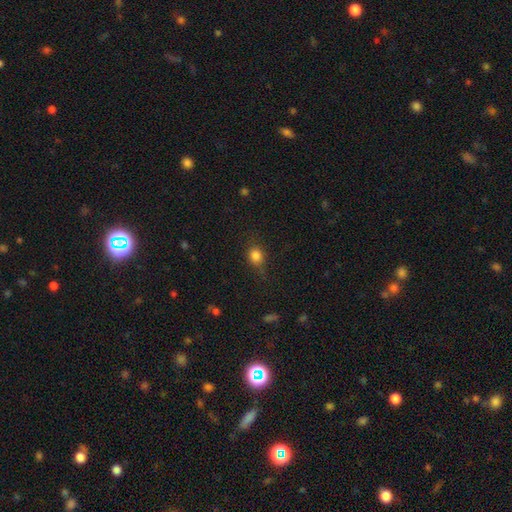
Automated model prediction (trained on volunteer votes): smooth_or_featured: smooth (p=0.82) [alt: star or artifact p=0.12]
how_rounded: round (p=0.60) [alt: in between p=0.38]
merging: none (p=0.72) [alt: minor disturbance p=0.20]